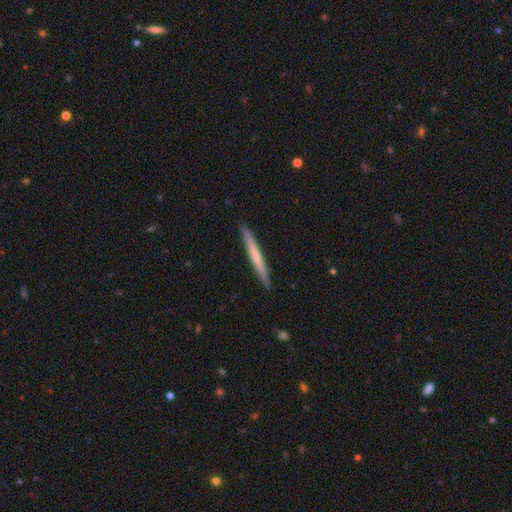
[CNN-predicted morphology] Smooth or featured? smooth (58%)
How rounded? cigar-shaped (97%)
Merging? none (91%)